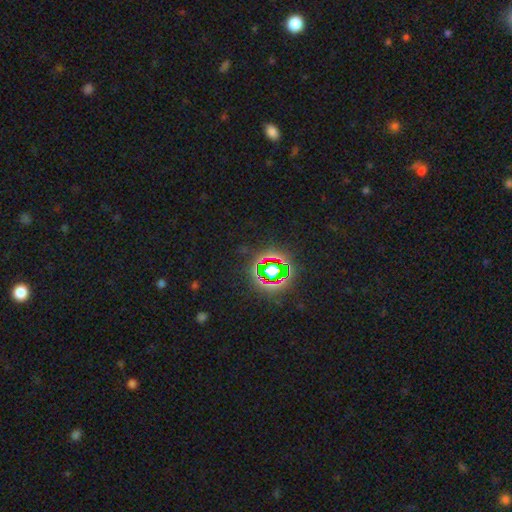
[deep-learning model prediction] Overall: star or artifact (80%).